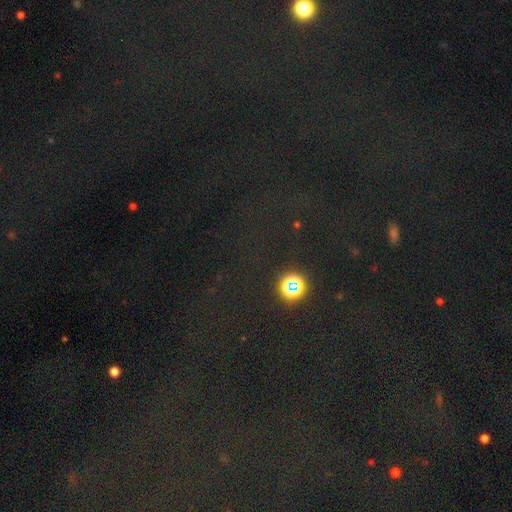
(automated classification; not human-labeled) smooth_or_featured: star or artifact (p=0.79) [alt: smooth p=0.13]